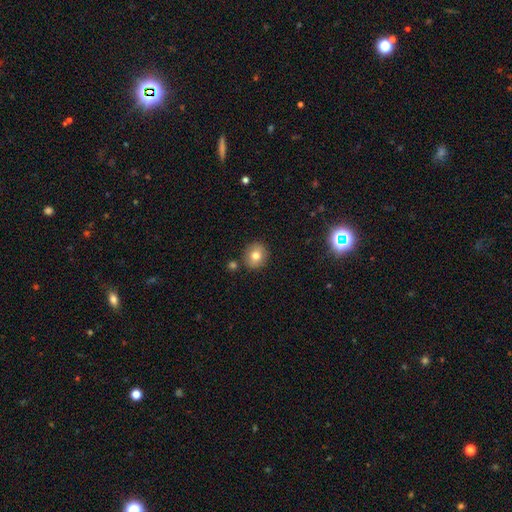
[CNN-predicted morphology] Smooth or featured?
  - smooth: 77% *
  - featured or disk: 13%
  - star or artifact: 10%
How rounded?
  - round: 82% *
  - in between: 17%
  - cigar-shaped: 1%
Merging?
  - none: 84% *
  - minor disturbance: 9%
  - merger: 5%
  - major disturbance: 2%